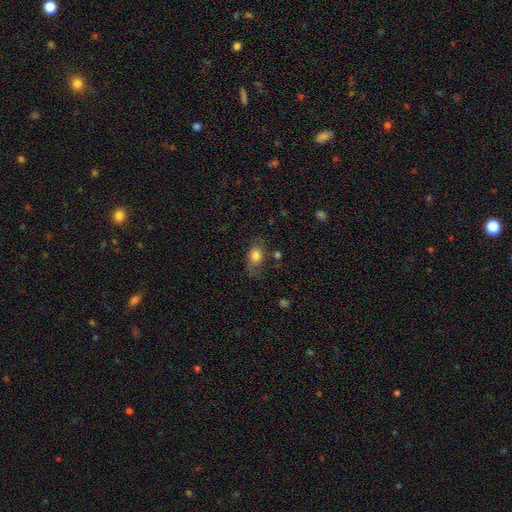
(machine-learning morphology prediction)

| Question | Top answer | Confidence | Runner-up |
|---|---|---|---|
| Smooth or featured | smooth | 77% | featured or disk (14%) |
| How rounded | in between | 72% | round (26%) |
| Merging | none | 61% | minor disturbance (24%) |